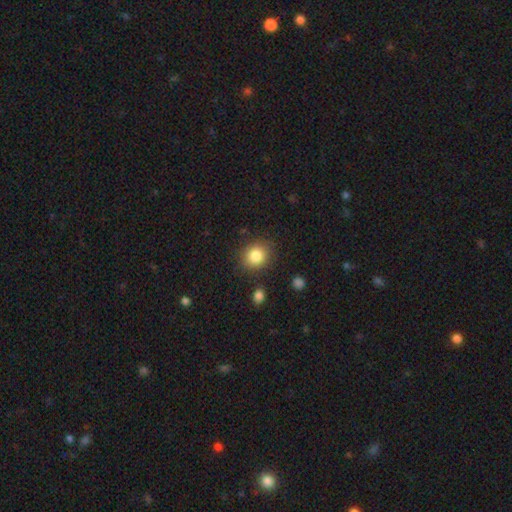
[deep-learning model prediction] smooth 85%, star or artifact 9%, featured or disk 6%. Down the decision tree: how rounded — round (73%); merging — none (84%).